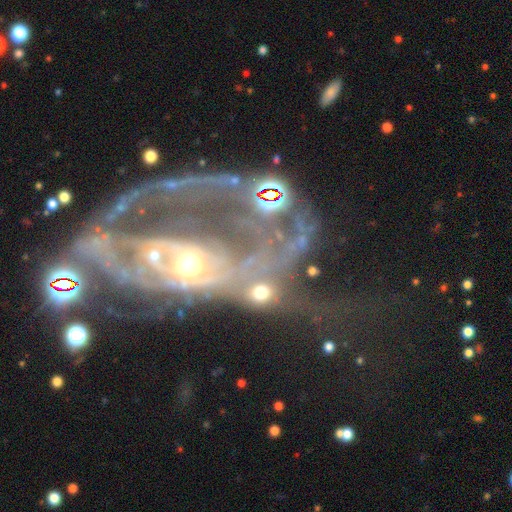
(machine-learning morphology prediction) Overall: featured or disk (78%). Edge-on disk: no (96%). Bar: no (71%). Spiral arms: yes (63%; no 37%). Bulge size: moderate (52%; small 36%). Merging: major disturbance (51%; merger 24%).